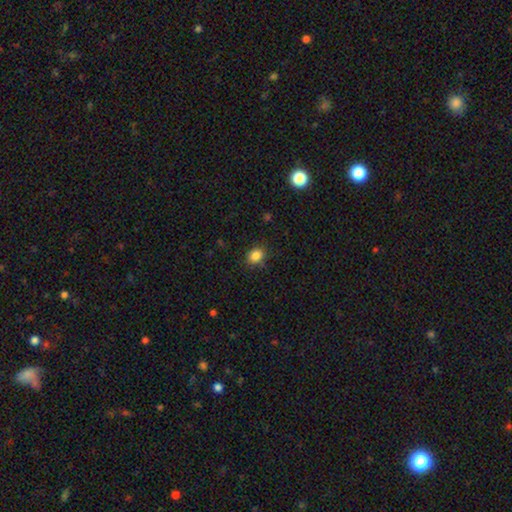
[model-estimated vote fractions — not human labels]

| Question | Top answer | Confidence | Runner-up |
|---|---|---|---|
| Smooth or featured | smooth | 85% | star or artifact (11%) |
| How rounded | round | 54% | in between (45%) |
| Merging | none | 82% | minor disturbance (13%) |